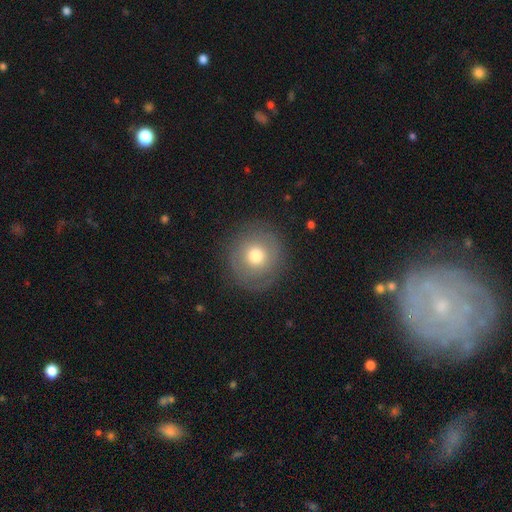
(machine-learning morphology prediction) Smooth or featured? Predicted: smooth (p=0.67). How rounded? Predicted: round (p=0.90). Merging? Predicted: none (p=0.85).